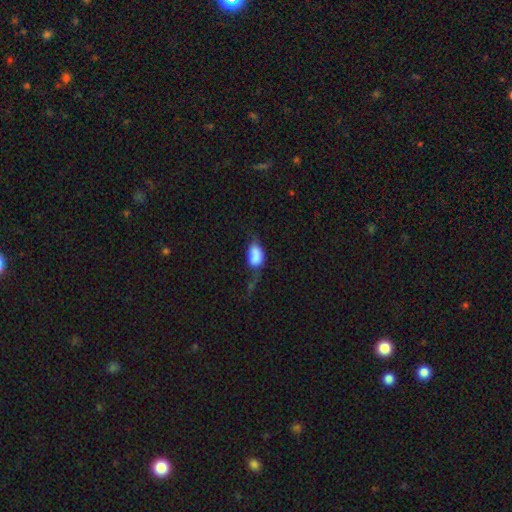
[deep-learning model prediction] Smooth or featured?
  - smooth: 79% *
  - featured or disk: 12%
  - star or artifact: 9%
How rounded?
  - in between: 88% *
  - round: 10%
  - cigar-shaped: 3%
Merging?
  - major disturbance: 36% *
  - minor disturbance: 32%
  - none: 24%
  - merger: 9%